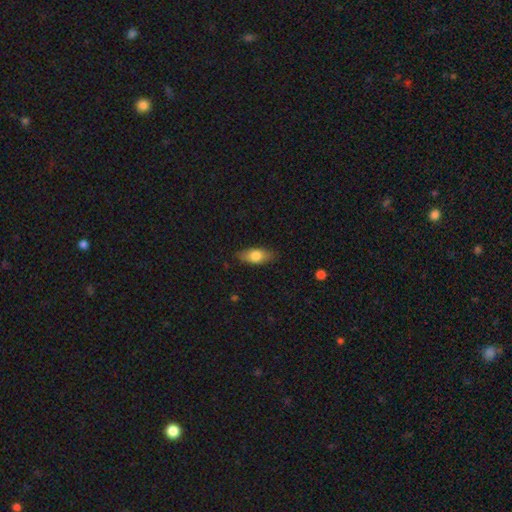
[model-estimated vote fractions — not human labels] A smooth galaxy with no disk features (76%) that is in between round and cigar-shaped (82%).

Vote fractions:
- Smooth or featured? smooth: 76% / featured or disk: 17% / star or artifact: 7%
- How rounded? in between: 82% / cigar-shaped: 15% / round: 4%
- Merging? none: 83% / minor disturbance: 13% / major disturbance: 3% / merger: 1%